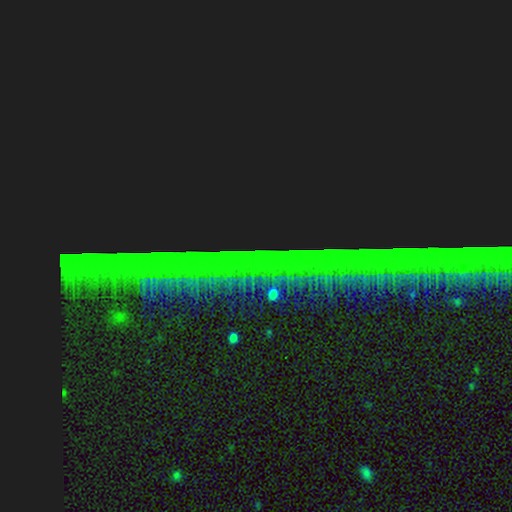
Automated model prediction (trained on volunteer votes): Smooth or featured?
  - star or artifact: 87% *
  - featured or disk: 7%
  - smooth: 6%